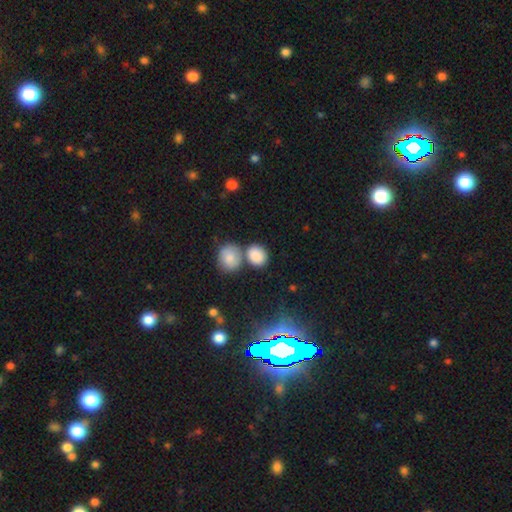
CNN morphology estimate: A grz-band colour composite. It shows a smooth galaxy with no disk features (85%) that is round (57%). Merging: none (55%).